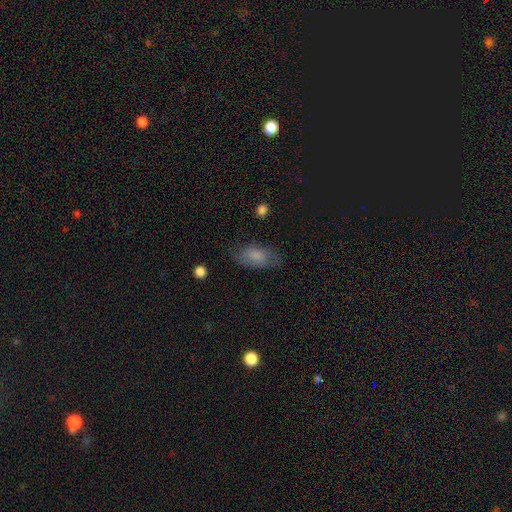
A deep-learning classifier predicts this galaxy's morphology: smooth_or_featured: smooth (p=0.73) [alt: featured or disk p=0.19]
how_rounded: in between (p=0.90) [alt: cigar-shaped p=0.06]
merging: none (p=0.69) [alt: minor disturbance p=0.22]